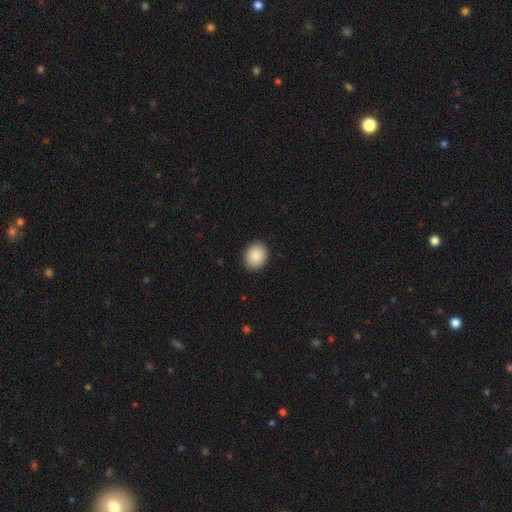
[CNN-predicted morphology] Smooth or featured? Predicted: smooth (p=0.89). How rounded? Predicted: round (p=0.63). Merging? Predicted: none (p=0.91).